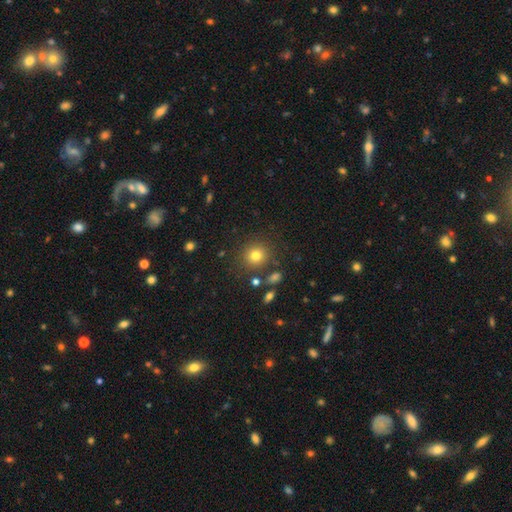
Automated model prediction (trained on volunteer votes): Smooth or featured?
  - smooth: 77% *
  - star or artifact: 14%
  - featured or disk: 9%
How rounded?
  - round: 88% *
  - in between: 11%
  - cigar-shaped: 1%
Merging?
  - none: 84% *
  - minor disturbance: 8%
  - merger: 4%
  - major disturbance: 3%